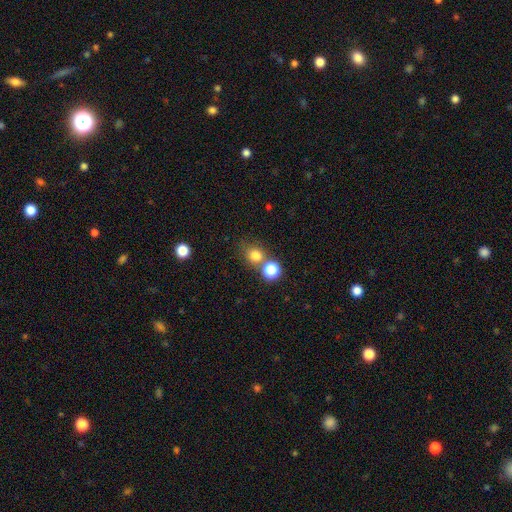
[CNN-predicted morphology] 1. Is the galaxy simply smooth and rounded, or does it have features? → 78% smooth, 15% star or artifact, 7% featured or disk.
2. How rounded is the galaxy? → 79% round, 20% in between, 1% cigar-shaped.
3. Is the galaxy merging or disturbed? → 56% none, 29% merger, 10% minor disturbance, 5% major disturbance.